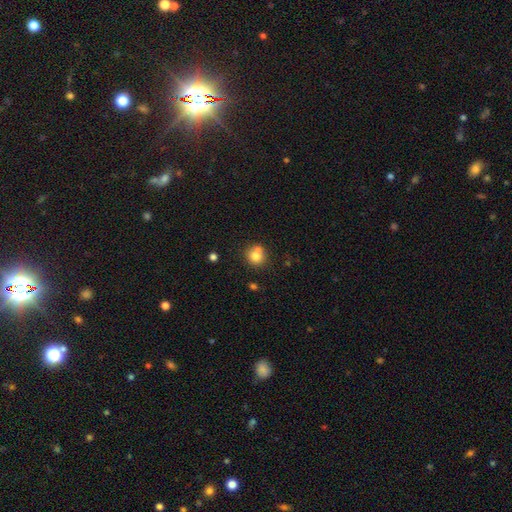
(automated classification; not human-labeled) Smooth or featured: smooth — 79% (star or artifact — 11%)
How rounded: round — 87% (in between — 12%)
Merging: none — 63% (merger — 19%)